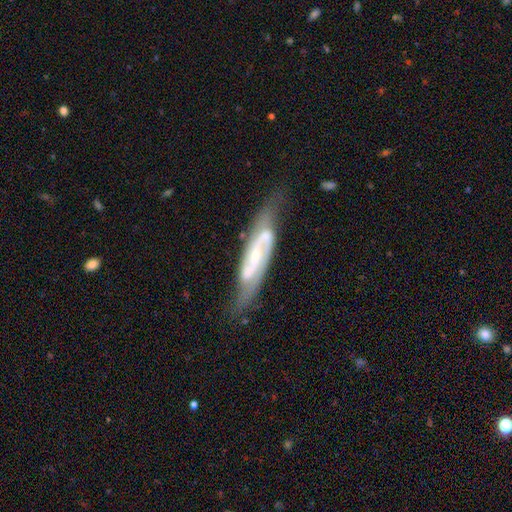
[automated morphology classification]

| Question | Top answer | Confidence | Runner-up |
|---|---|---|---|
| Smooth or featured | featured or disk | 84% | smooth (10%) |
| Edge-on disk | no | 84% | yes (16%) |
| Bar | strong | 41% | weak (36%) |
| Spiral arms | yes | 94% | no (6%) |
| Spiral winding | medium | 49% | tight (27%) |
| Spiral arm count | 2 | 87% | can't tell (7%) |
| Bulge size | small | 63% | moderate (28%) |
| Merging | none | 70% | minor disturbance (20%) |